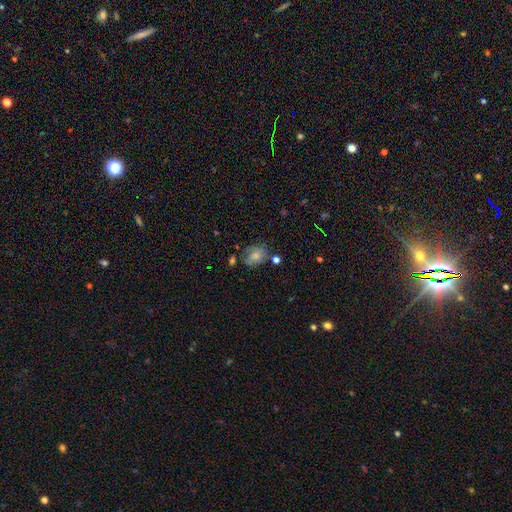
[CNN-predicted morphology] A smooth galaxy with no disk features (62%) that is in between round and cigar-shaped (63%). Merging: none (59%).